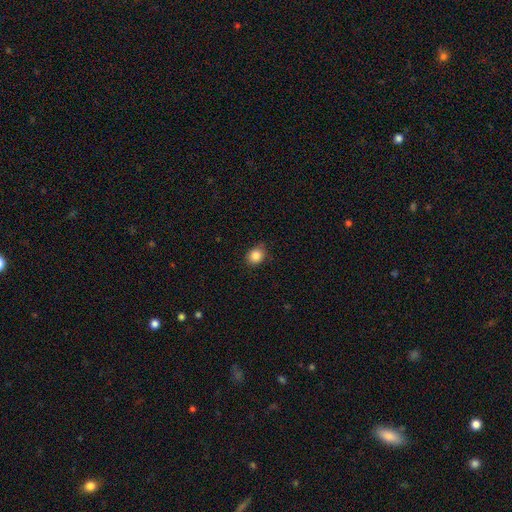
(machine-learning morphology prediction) Smooth or featured? smooth (86%)
How rounded? round (62%)
Merging? none (81%)